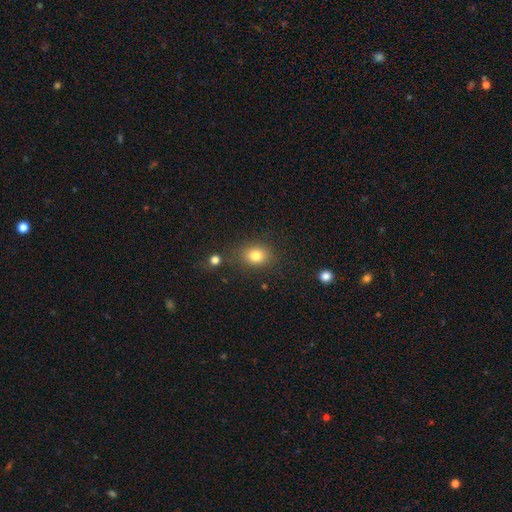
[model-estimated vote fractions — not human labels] Morphology: type=smooth (81%); roundness=round (57%); merging=none (78%).